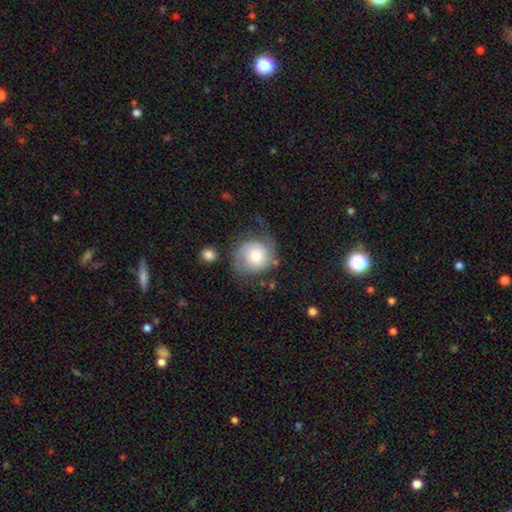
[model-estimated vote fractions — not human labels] Smooth or featured? featured or disk (50%)
Merging? none (47%)